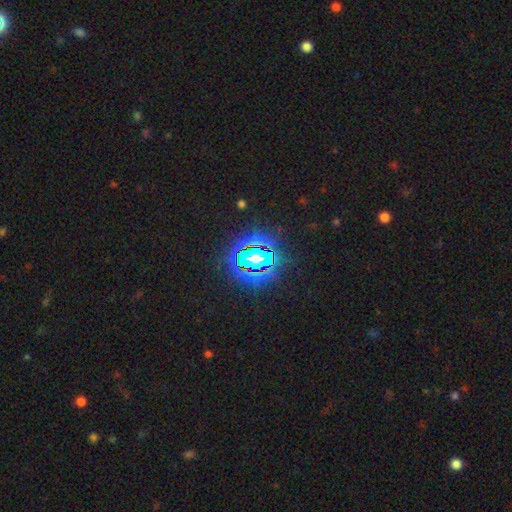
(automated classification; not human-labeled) A star or artifact, not a galaxy (69%).

Vote fractions:
- Smooth or featured? star or artifact: 69% / smooth: 17% / featured or disk: 13%